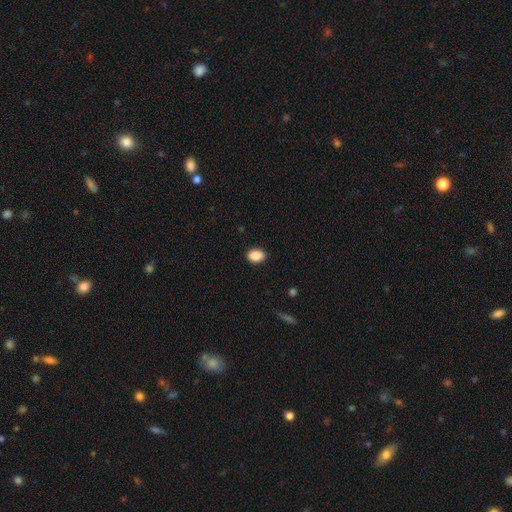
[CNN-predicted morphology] Smooth or featured? Predicted: smooth (p=0.90). How rounded? Predicted: in between (p=0.82). Merging? Predicted: none (p=0.87).